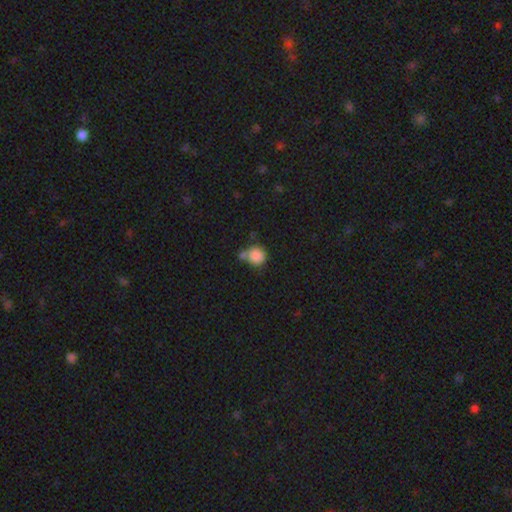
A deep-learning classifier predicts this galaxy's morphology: type=smooth (85%); roundness=round (86%); merging=none (47%).